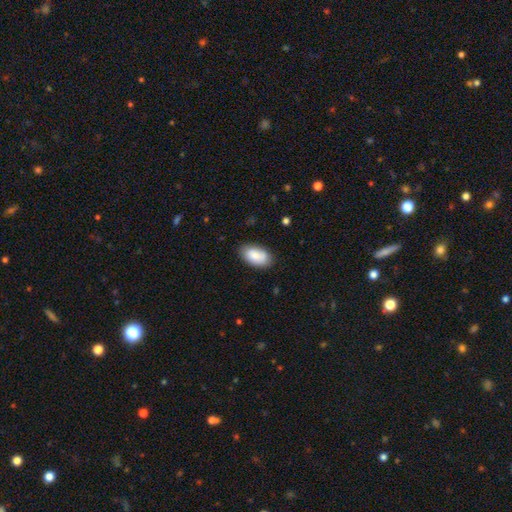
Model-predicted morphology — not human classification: smooth 81%, featured or disk 12%, star or artifact 6%. Down the decision tree: how rounded — in between (94%); merging — none (78%).